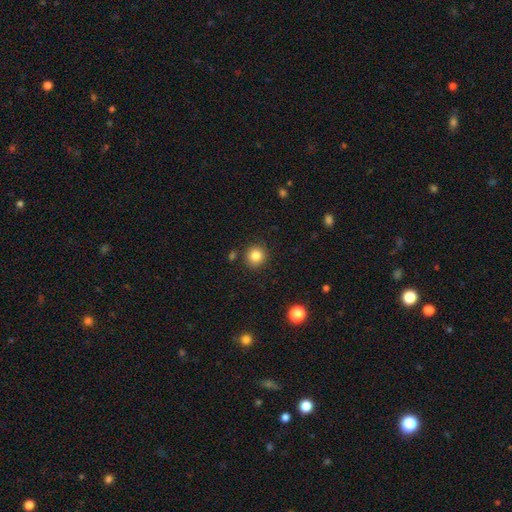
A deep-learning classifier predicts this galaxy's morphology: type=smooth (83%); roundness=round (92%); merging=none (89%).